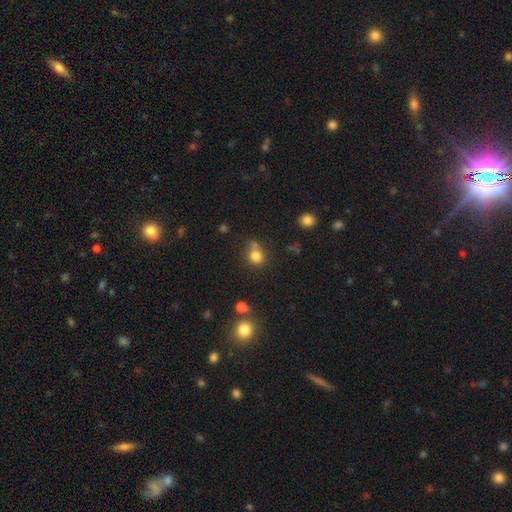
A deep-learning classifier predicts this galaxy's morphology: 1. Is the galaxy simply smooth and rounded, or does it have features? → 80% smooth, 13% star or artifact, 7% featured or disk.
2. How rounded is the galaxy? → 79% round, 20% in between, 1% cigar-shaped.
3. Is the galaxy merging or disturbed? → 61% none, 21% merger, 14% minor disturbance, 5% major disturbance.